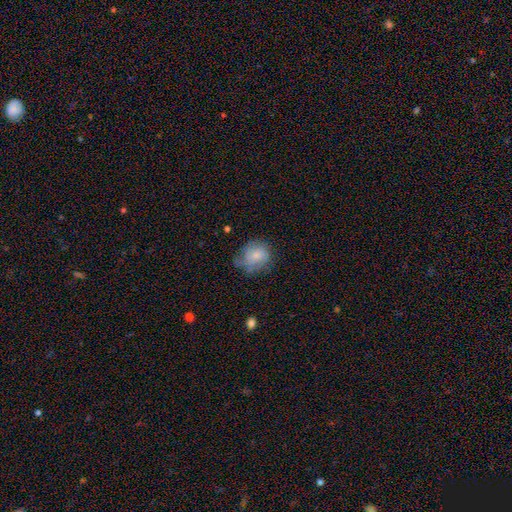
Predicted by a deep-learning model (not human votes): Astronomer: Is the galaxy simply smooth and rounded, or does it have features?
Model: smooth — 66%.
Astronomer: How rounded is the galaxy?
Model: round — 73%.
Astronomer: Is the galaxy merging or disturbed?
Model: none — 50% (runner-up: minor disturbance, 32%).